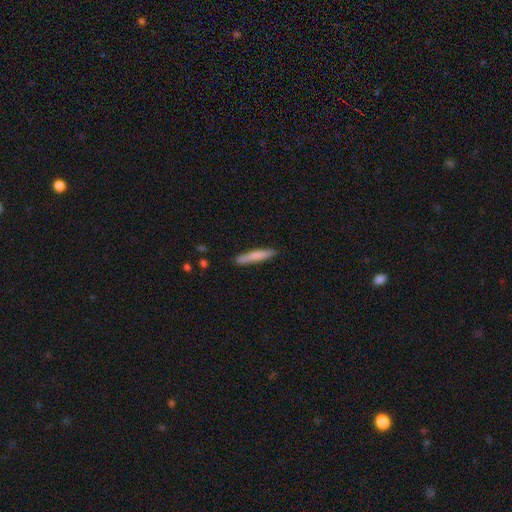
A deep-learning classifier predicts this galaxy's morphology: Q: Smooth or featured?
A: smooth (79%); runner-up: featured or disk (16%)
Q: How rounded?
A: cigar-shaped (92%); runner-up: in between (7%)
Q: Merging?
A: none (89%); runner-up: minor disturbance (9%)